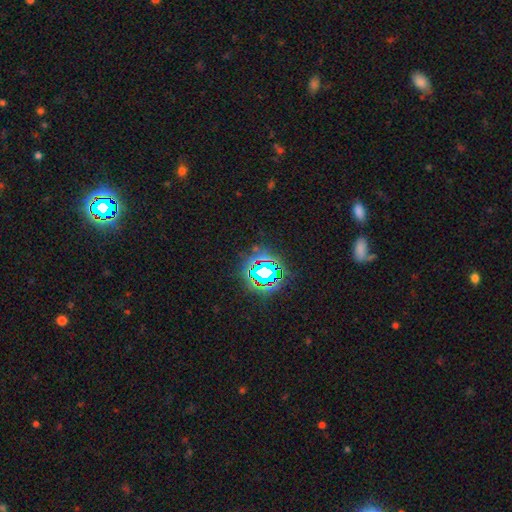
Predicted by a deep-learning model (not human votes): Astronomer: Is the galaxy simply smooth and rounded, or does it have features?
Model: star or artifact — 77%.